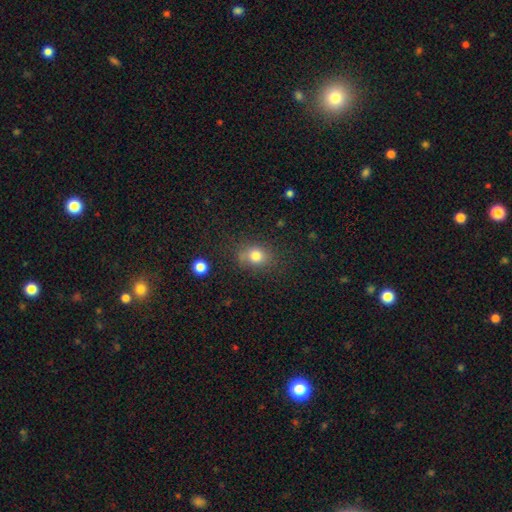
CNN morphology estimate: Q: Smooth or featured?
A: smooth (79%); runner-up: star or artifact (12%)
Q: How rounded?
A: round (52%); runner-up: in between (47%)
Q: Merging?
A: none (70%); runner-up: minor disturbance (19%)